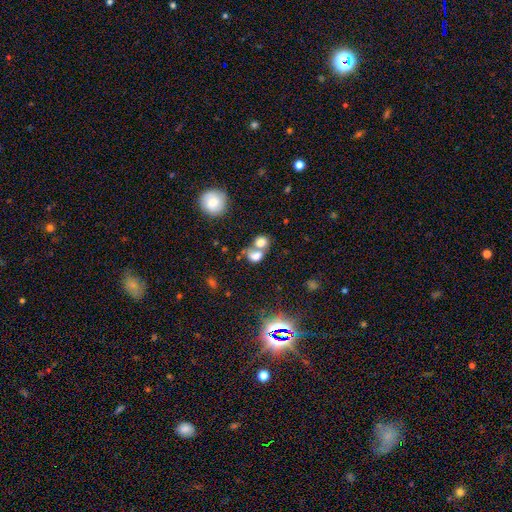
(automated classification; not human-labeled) Morphology: type=smooth (71%); roundness=in between (57%); merging=merger (66%).